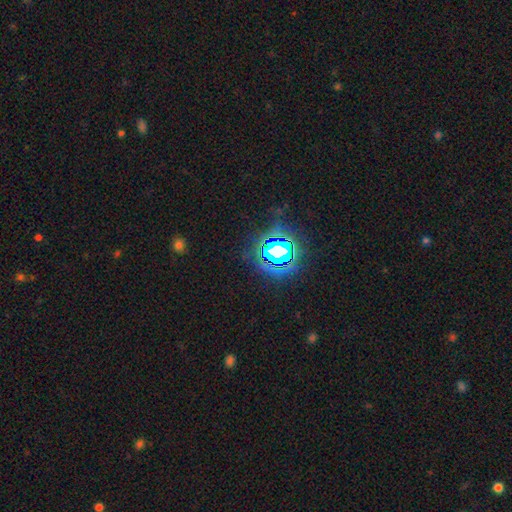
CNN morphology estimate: This is clearly a star or artifact rather than a galaxy (82%).